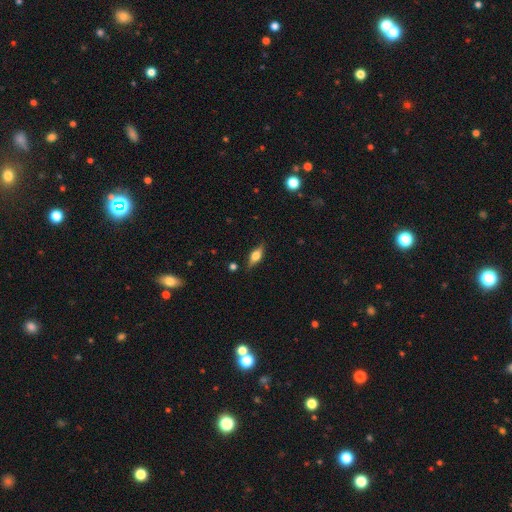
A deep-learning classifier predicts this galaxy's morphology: Smooth or featured? featured or disk (50%)
Edge-on disk? yes (92%)
Merging? none (83%)